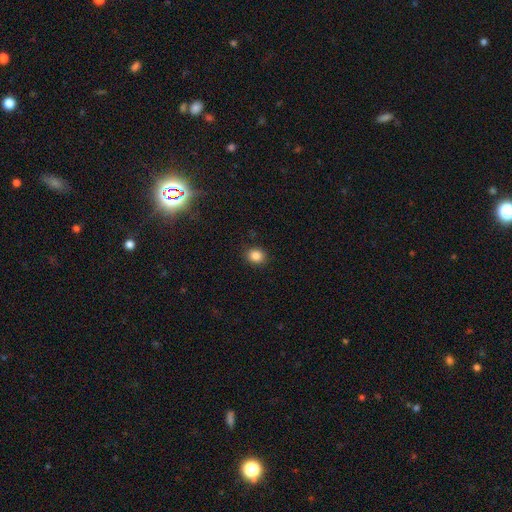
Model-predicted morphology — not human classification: This is clearly a smooth galaxy (85%). How rounded: likely round (66%). Merging: clearly none (88%).